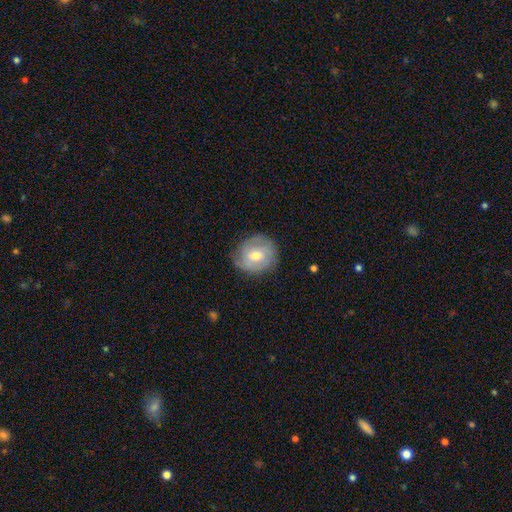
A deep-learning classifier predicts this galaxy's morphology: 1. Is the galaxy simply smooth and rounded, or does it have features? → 56% featured or disk, 37% smooth, 7% star or artifact.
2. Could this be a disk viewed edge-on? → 97% no, 3% yes.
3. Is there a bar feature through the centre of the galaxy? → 47% no, 44% weak, 9% strong.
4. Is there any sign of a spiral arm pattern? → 76% yes, 24% no.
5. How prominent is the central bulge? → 67% moderate, 28% small, 3% large, 1% none, 1% dominant.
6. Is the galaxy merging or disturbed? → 76% none, 17% minor disturbance, 5% major disturbance, 1% merger.